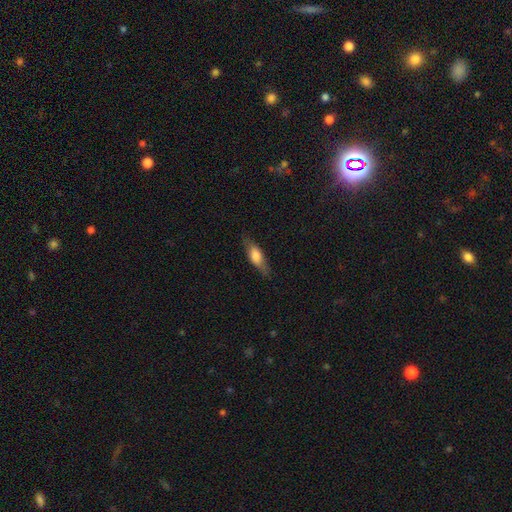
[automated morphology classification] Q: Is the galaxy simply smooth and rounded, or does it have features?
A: smooth — 64%.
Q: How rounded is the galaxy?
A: in between — 56%.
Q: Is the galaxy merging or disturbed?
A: none — 79%.